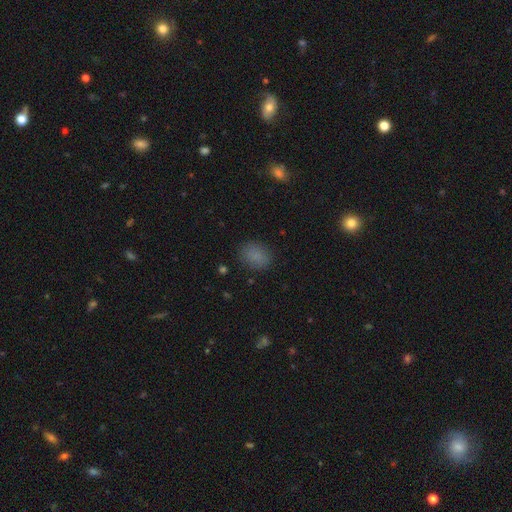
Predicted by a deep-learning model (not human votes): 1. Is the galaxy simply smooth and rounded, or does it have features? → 82% smooth, 12% star or artifact, 5% featured or disk.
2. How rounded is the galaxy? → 55% in between, 44% round, 1% cigar-shaped.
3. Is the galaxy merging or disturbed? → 84% none, 11% minor disturbance, 3% major disturbance, 1% merger.